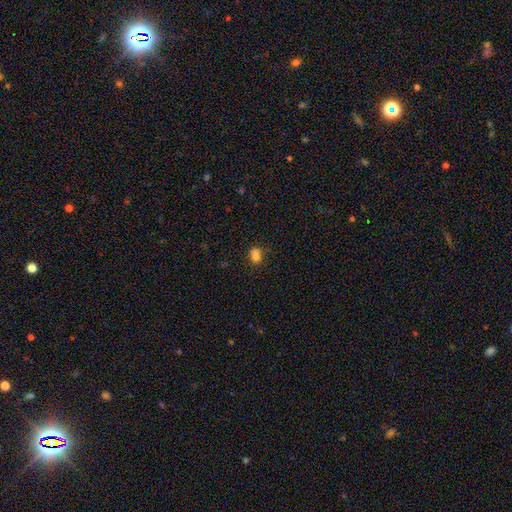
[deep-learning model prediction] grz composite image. It shows a smooth galaxy with no disk features (77%) that is in between round and cigar-shaped (59%). Merging: none (57%).